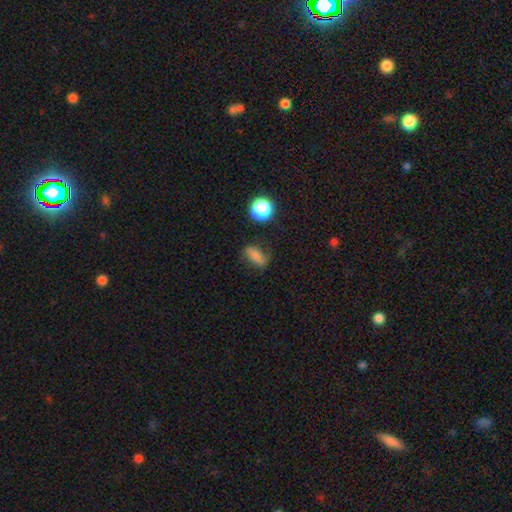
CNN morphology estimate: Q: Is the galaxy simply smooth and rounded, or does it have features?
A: smooth — 62%.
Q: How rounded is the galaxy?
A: in between — 65%.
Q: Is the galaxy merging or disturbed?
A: none — 69%.